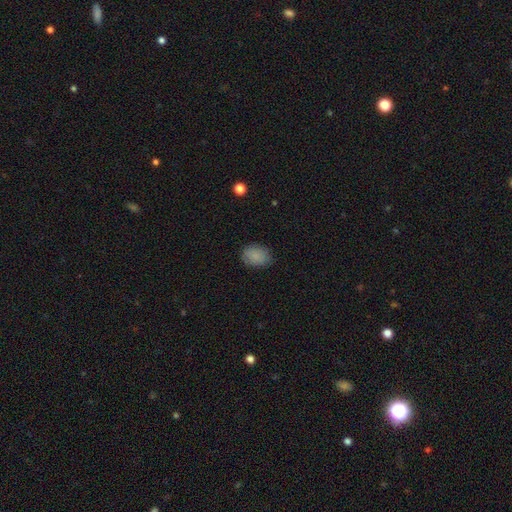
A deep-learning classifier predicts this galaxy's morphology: Q: Smooth or featured?
A: smooth (87%); runner-up: star or artifact (8%)
Q: How rounded?
A: in between (74%); runner-up: round (25%)
Q: Merging?
A: none (81%); runner-up: minor disturbance (15%)